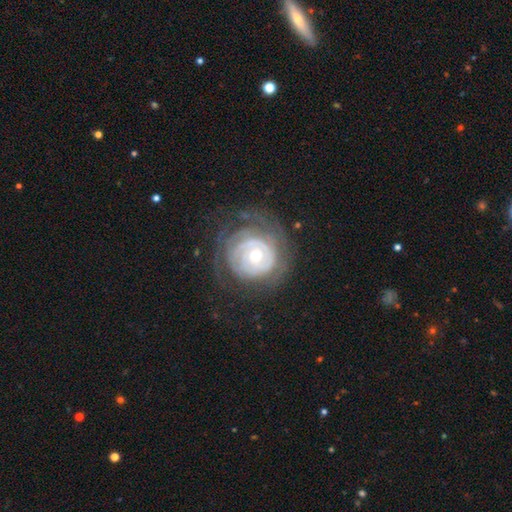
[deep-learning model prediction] Smooth or featured?
  - featured or disk: 80% *
  - smooth: 14%
  - star or artifact: 6%
Edge-on disk?
  - no: 97% *
  - yes: 3%
Bar?
  - no: 78% *
  - weak: 17%
  - strong: 5%
Spiral arms?
  - yes: 87% *
  - no: 13%
Spiral winding?
  - tight: 78% *
  - medium: 16%
  - loose: 6%
Spiral arm count?
  - can't tell: 47% *
  - 2: 19%
  - 3: 13%
  - 4: 9%
  - 1: 6%
  - more than 4: 6%
Bulge size?
  - small: 55% *
  - moderate: 41%
  - large: 3%
  - dominant: 1%
  - none: 1%
Merging?
  - none: 66% *
  - minor disturbance: 18%
  - major disturbance: 15%
  - merger: 1%